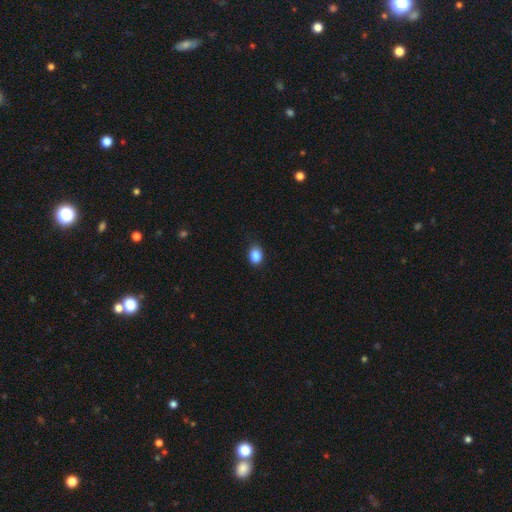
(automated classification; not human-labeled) A smooth galaxy with no disk features (87%) that is in between round and cigar-shaped (66%).

Vote fractions:
- Smooth or featured? smooth: 87% / star or artifact: 9% / featured or disk: 4%
- How rounded? in between: 66% / round: 33% / cigar-shaped: 1%
- Merging? none: 83% / minor disturbance: 13% / major disturbance: 3% / merger: 1%